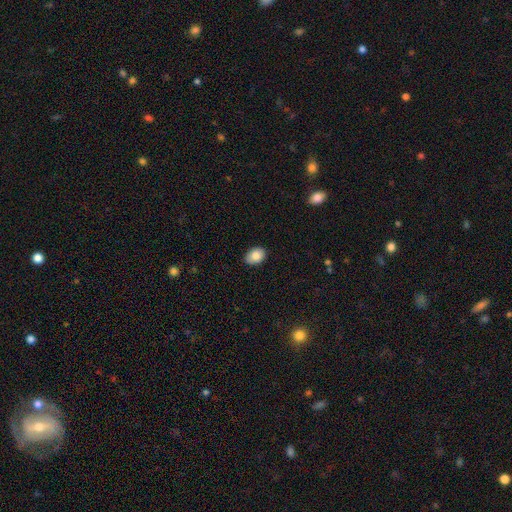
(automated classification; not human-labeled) Smooth or featured? smooth (84%)
How rounded? in between (78%)
Merging? none (86%)